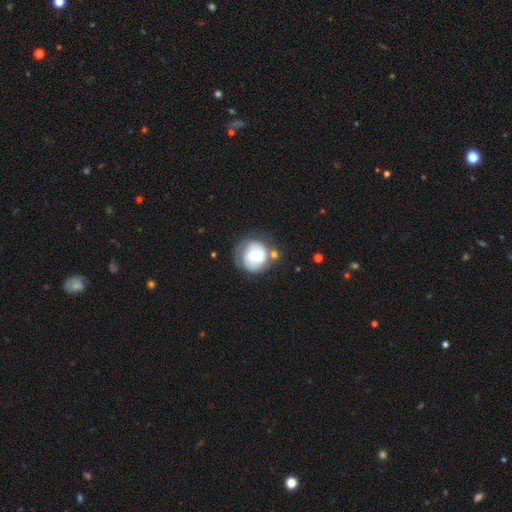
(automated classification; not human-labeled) The model was most divided on "bar": no: 50%, weak: 40%, strong: 10%. More confident: edge-on disk — no (98%); spiral arms — yes (81%); merging — none (57%); smooth or featured — featured or disk (55%); bulge size — moderate (54%).